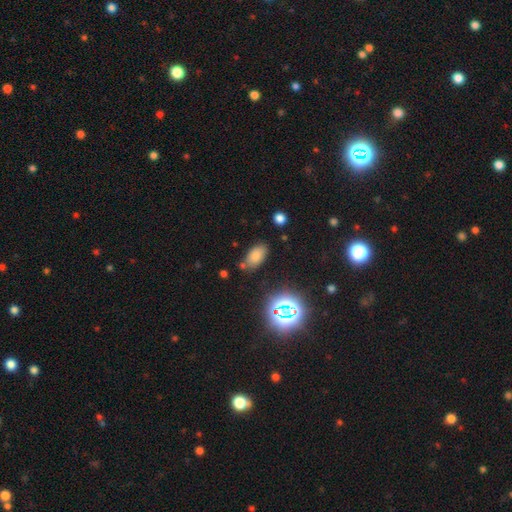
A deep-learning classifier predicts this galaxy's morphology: Smooth or featured? Predicted: smooth (p=0.75). How rounded? Predicted: in between (p=0.92). Merging? Predicted: none (p=0.75).